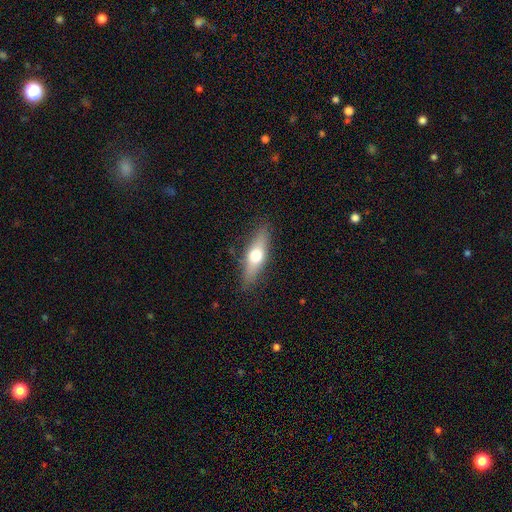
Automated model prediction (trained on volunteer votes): The model was most divided on "how rounded": cigar-shaped: 53%, in between: 44%, round: 4%. More confident: merging — none (84%); smooth or featured — smooth (54%).